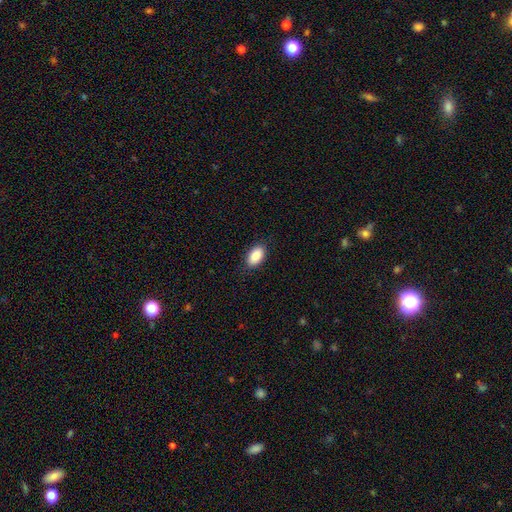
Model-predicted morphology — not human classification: type=smooth (89%); roundness=in between (93%); merging=none (86%).